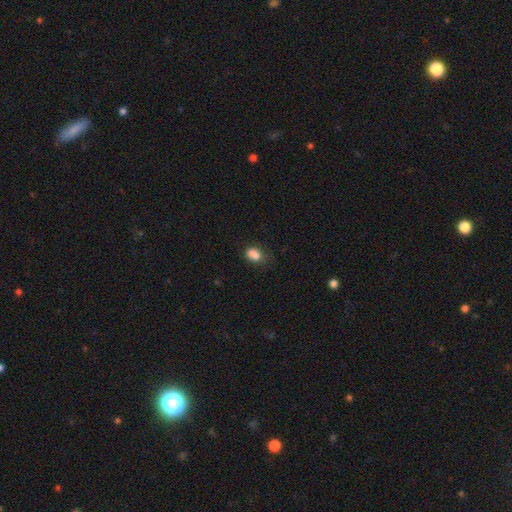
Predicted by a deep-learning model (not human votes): Overall: smooth (81%). How rounded: in between (74%). Merging: none (47%; minor disturbance 28%).